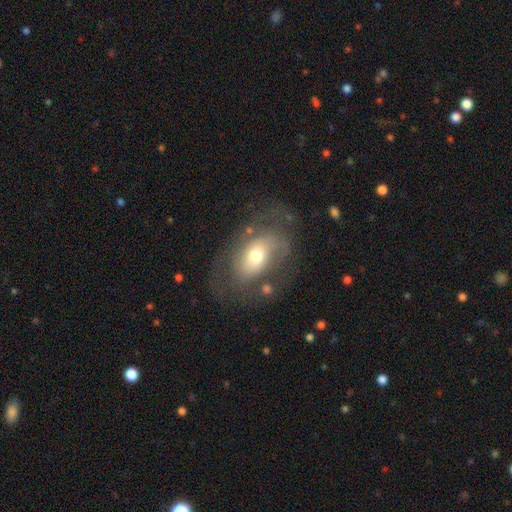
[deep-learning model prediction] Smooth or featured? Predicted: featured or disk (p=0.47). Merging? Predicted: none (p=0.57).